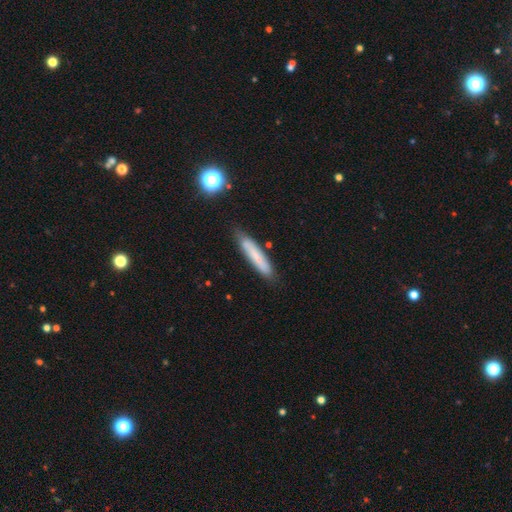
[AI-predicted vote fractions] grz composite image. It shows a smooth galaxy with no disk features (70%) that is cigar-shaped (90%). Merging: none (80%).